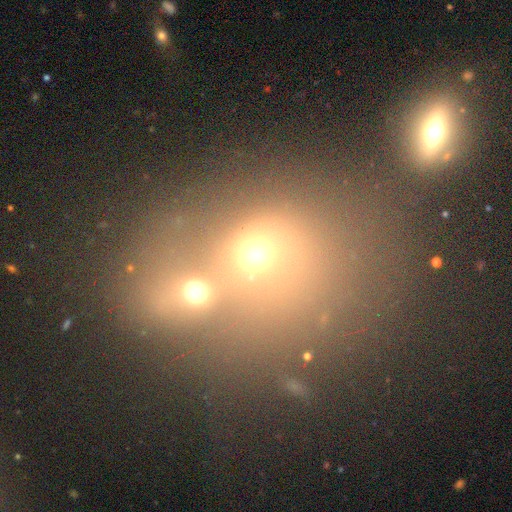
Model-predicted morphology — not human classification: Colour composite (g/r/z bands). It shows a smooth galaxy with no disk features (47%). Merging: none (46%).